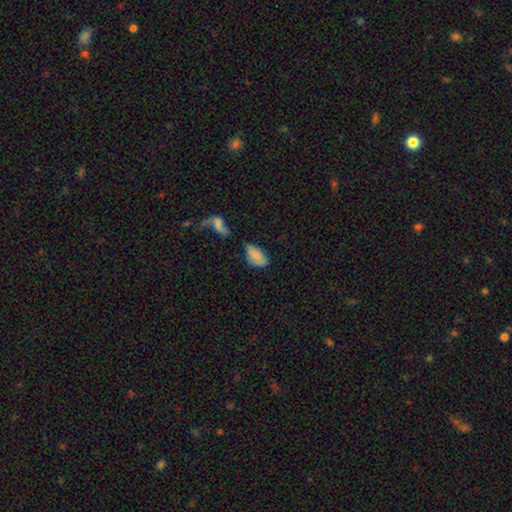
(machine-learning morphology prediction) A smooth galaxy with no disk features (75%) that is in between round and cigar-shaped (93%).

Vote fractions:
- Smooth or featured? smooth: 75% / featured or disk: 16% / star or artifact: 9%
- How rounded? in between: 93% / cigar-shaped: 3% / round: 3%
- Merging? none: 41% / minor disturbance: 28% / major disturbance: 16% / merger: 16%